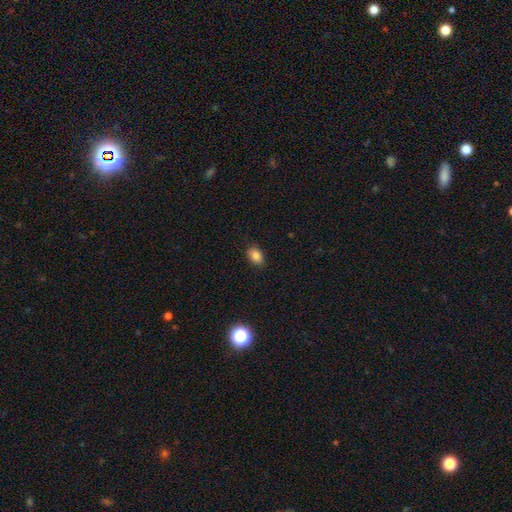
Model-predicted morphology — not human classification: Smooth or featured? Predicted: smooth (p=0.85). How rounded? Predicted: in between (p=0.80). Merging? Predicted: none (p=0.85).